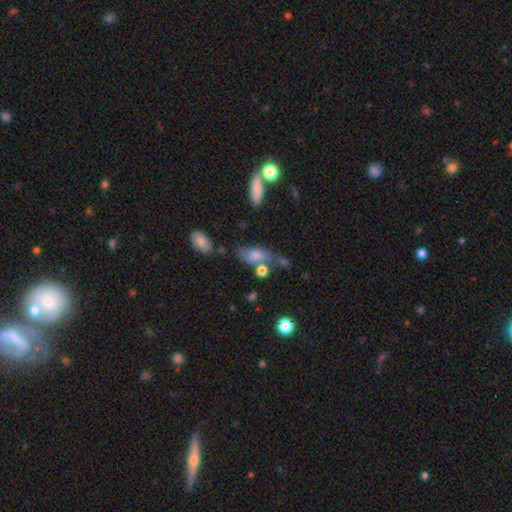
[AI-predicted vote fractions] A smooth galaxy with no disk features (66%) that is in between round and cigar-shaped (83%).

Vote fractions:
- Smooth or featured? smooth: 66% / featured or disk: 23% / star or artifact: 10%
- How rounded? in between: 83% / round: 10% / cigar-shaped: 7%
- Merging? none: 40% / minor disturbance: 25% / merger: 20% / major disturbance: 15%